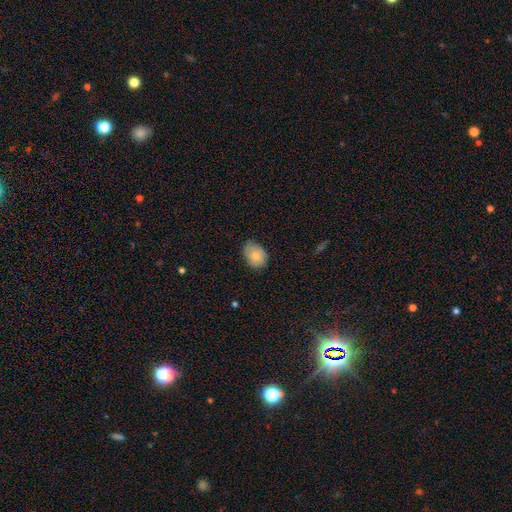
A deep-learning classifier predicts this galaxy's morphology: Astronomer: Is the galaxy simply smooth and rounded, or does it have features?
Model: smooth — 82%.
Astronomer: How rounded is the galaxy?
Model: in between — 71%.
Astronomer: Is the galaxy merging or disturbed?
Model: none — 69%.